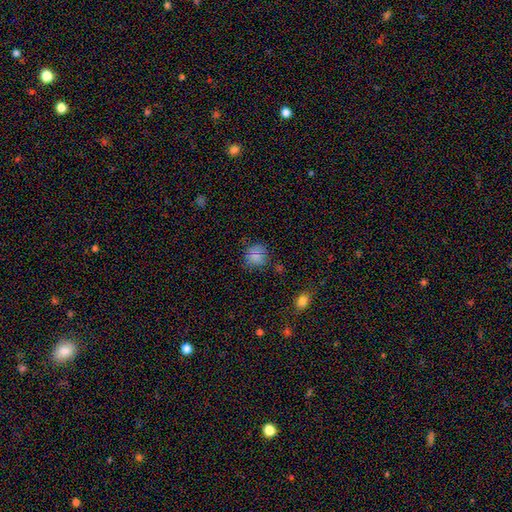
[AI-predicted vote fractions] Smooth or featured: smooth — 77% (star or artifact — 16%)
How rounded: round — 82% (in between — 17%)
Merging: none — 77% (minor disturbance — 15%)